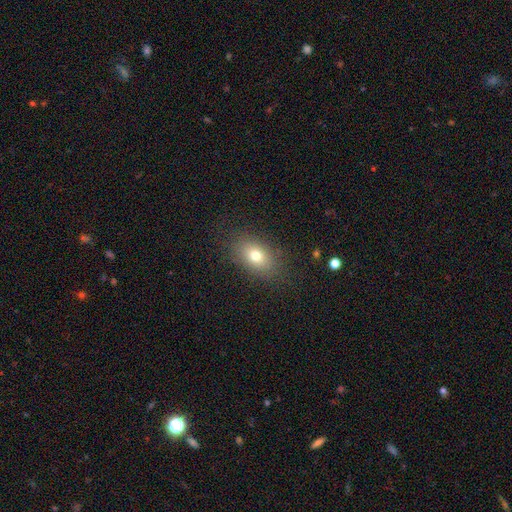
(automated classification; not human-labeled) Overall: smooth (73%). How rounded: in between (80%). Merging: none (83%).